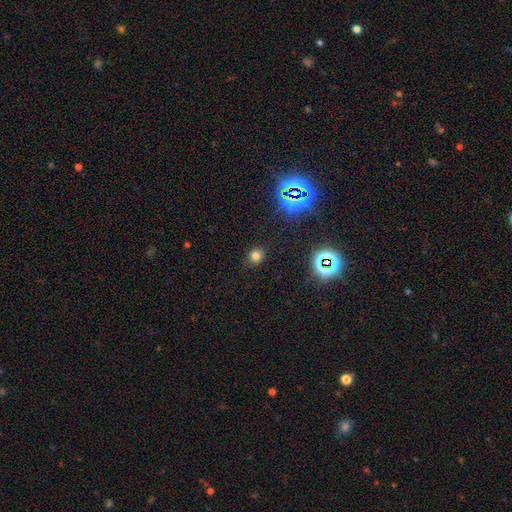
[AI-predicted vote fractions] smooth-or-featured: smooth: 71% | star or artifact: 23% | featured or disk: 6%
  how-rounded: round: 78% | in between: 21% | cigar-shaped: 1%
  merging: none: 84% | minor disturbance: 11% | major disturbance: 4% | merger: 2%